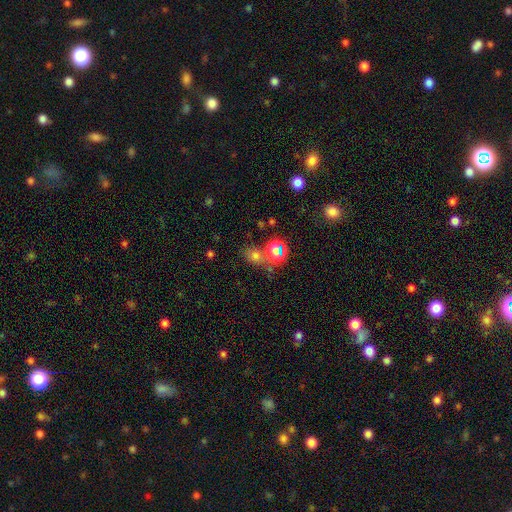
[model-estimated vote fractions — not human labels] smooth 63%, star or artifact 28%, featured or disk 9%. Down the decision tree: how rounded — round (55%); merging — none (61%).